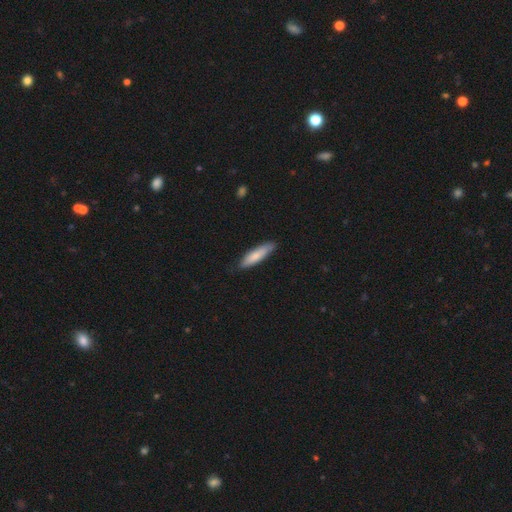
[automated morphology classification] Q: Smooth or featured?
A: smooth (77%); runner-up: featured or disk (18%)
Q: How rounded?
A: cigar-shaped (71%); runner-up: in between (28%)
Q: Merging?
A: none (82%); runner-up: minor disturbance (15%)